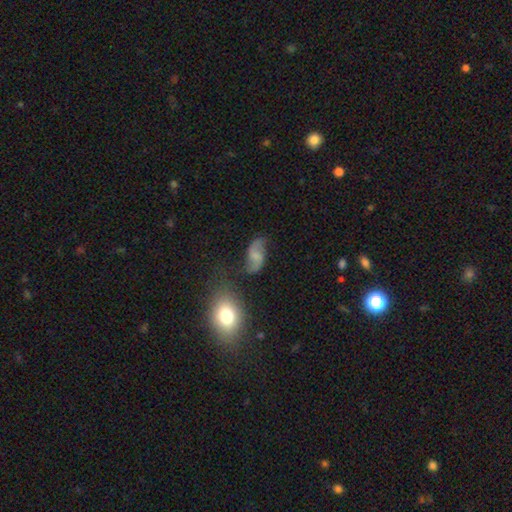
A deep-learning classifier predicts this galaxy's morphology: smooth-or-featured: featured or disk: 63% | smooth: 28% | star or artifact: 9%
  disk-edge-on: no: 97% | yes: 3%
    bar: no: 46% | weak: 43% | strong: 11%
    has-spiral-arms: yes: 91% | no: 9%
      spiral-winding: loose: 73% | medium: 21% | tight: 6%
      spiral-arm-count: 2: 92% | can't tell: 3% | 1: 2% | 3: 1% | 4: 1% | more than 4: 1%
    bulge-size: none: 42% | small: 35% | moderate: 18% | large: 4% | dominant: 2%
  merging: none: 65% | minor disturbance: 20% | major disturbance: 8% | merger: 7%